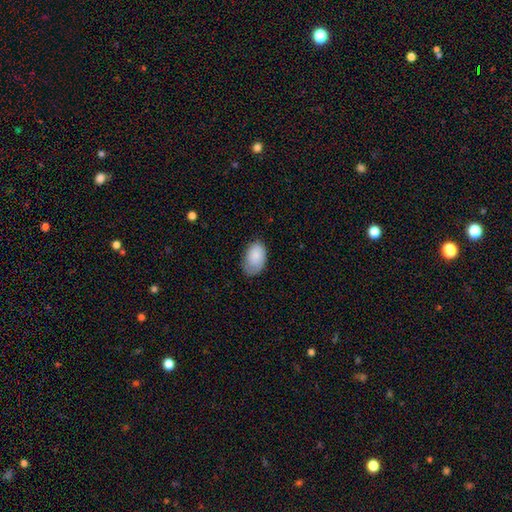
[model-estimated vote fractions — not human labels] smooth-or-featured: smooth: 84% | featured or disk: 10% | star or artifact: 6%
  how-rounded: in between: 92% | round: 7% | cigar-shaped: 1%
  merging: none: 64% | minor disturbance: 27% | major disturbance: 8% | merger: 1%